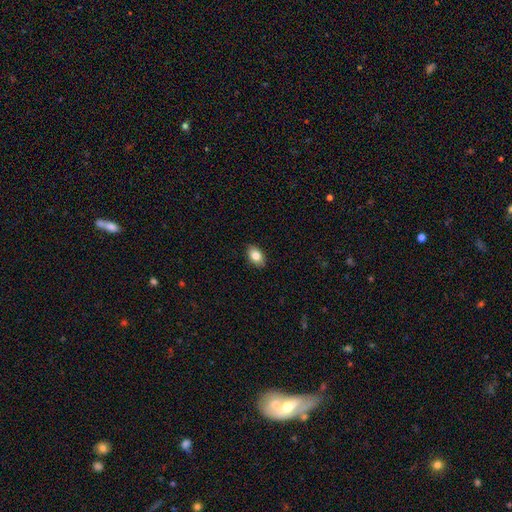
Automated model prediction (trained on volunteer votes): Smooth or featured: smooth — 83% (featured or disk — 9%)
How rounded: in between — 87% (round — 12%)
Merging: none — 89% (minor disturbance — 9%)